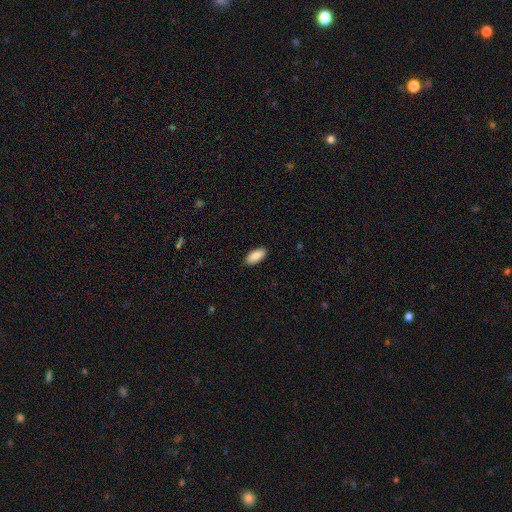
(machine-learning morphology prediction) type=smooth (89%); roundness=in between (89%); merging=none (89%).